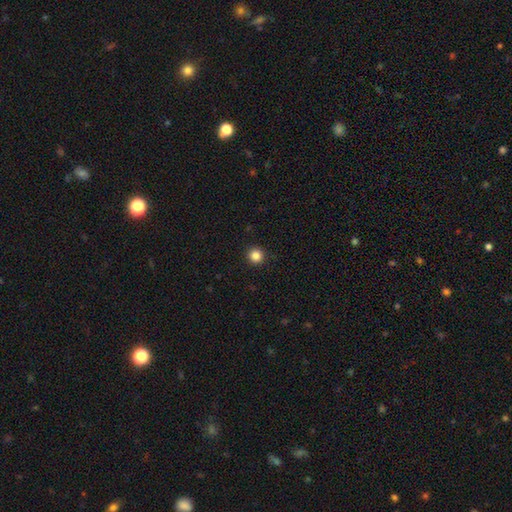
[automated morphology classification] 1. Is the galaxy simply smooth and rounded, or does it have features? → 85% smooth, 12% star or artifact, 4% featured or disk.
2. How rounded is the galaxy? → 96% round, 3% in between, 1% cigar-shaped.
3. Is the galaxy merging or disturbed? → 93% none, 4% minor disturbance, 2% major disturbance, 1% merger.